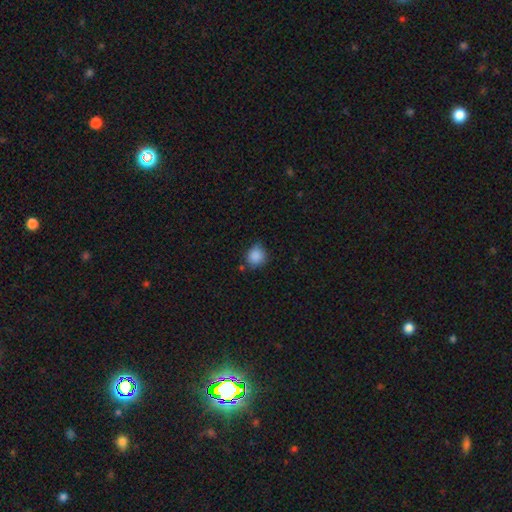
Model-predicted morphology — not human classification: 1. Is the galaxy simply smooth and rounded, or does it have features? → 86% smooth, 9% star or artifact, 4% featured or disk.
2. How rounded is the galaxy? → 82% round, 17% in between, 1% cigar-shaped.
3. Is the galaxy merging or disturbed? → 66% none, 26% minor disturbance, 4% major disturbance, 4% merger.